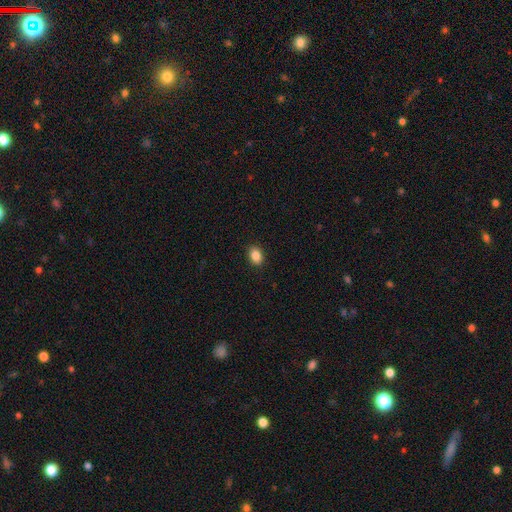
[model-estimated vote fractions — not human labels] Overall: smooth (87%). How rounded: in between (75%). Merging: none (90%).